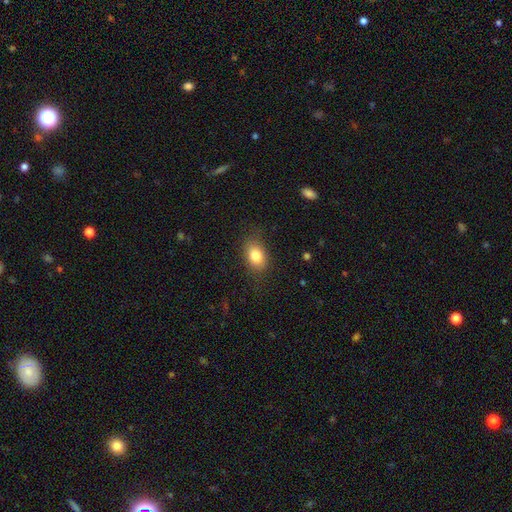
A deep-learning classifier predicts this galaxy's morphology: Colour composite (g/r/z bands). It shows a smooth galaxy with no disk features (83%) that is in between round and cigar-shaped (78%). Merging: none (79%).